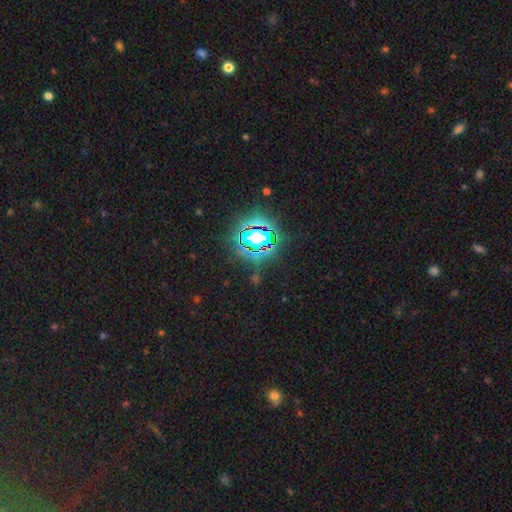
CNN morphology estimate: This is clearly a star or artifact rather than a galaxy (81%).